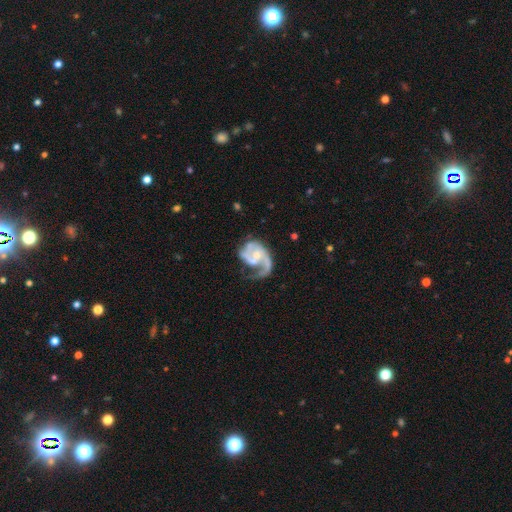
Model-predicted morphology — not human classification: smooth-or-featured: featured or disk: 86% | smooth: 9% | star or artifact: 5%
  disk-edge-on: no: 98% | yes: 2%
    bar: no: 62% | weak: 31% | strong: 7%
    has-spiral-arms: yes: 93% | no: 7%
      spiral-winding: medium: 45% | loose: 34% | tight: 21%
      spiral-arm-count: 2: 51% | 1: 33% | can't tell: 7% | 3: 5% | 4: 2% | more than 4: 2%
    bulge-size: small: 53% | moderate: 38% | none: 5% | large: 2% | dominant: 1%
  merging: major disturbance: 37% | none: 36% | minor disturbance: 21% | merger: 6%